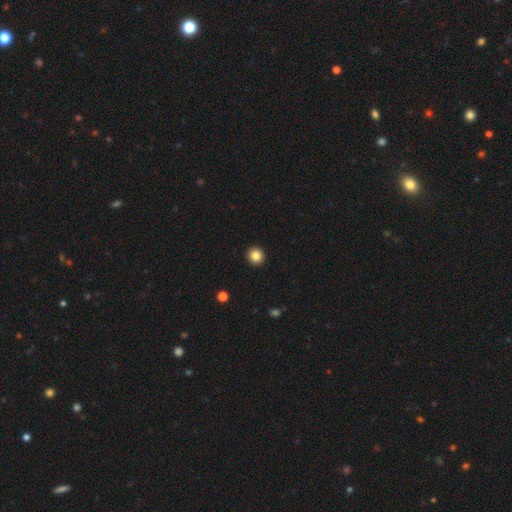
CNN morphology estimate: This is clearly a smooth galaxy (85%). How rounded: clearly round (91%). Merging: clearly none (93%).